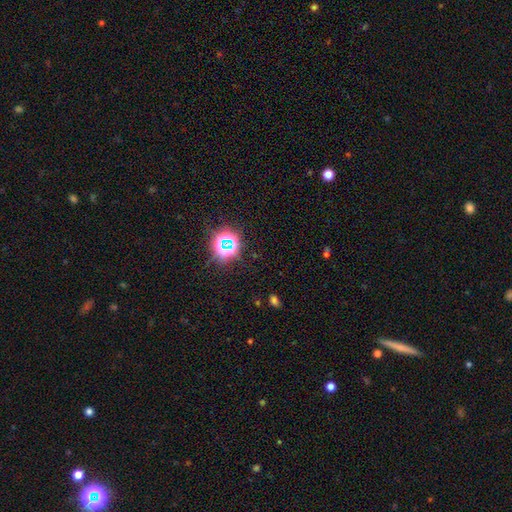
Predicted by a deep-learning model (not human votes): Smooth or featured? star or artifact (72%)